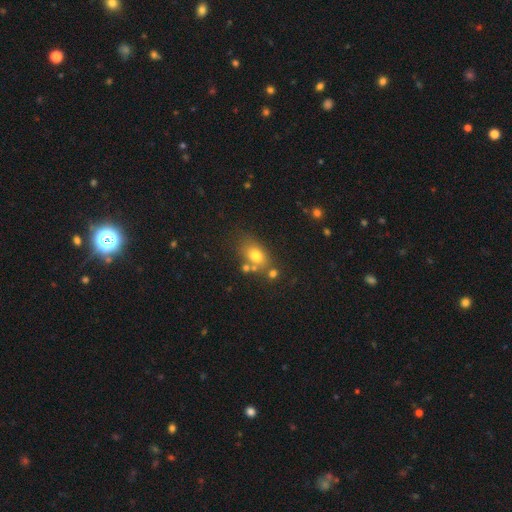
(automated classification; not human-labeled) Smooth or featured? Predicted: smooth (p=0.74). How rounded? Predicted: in between (p=0.74). Merging? Predicted: none (p=0.62).